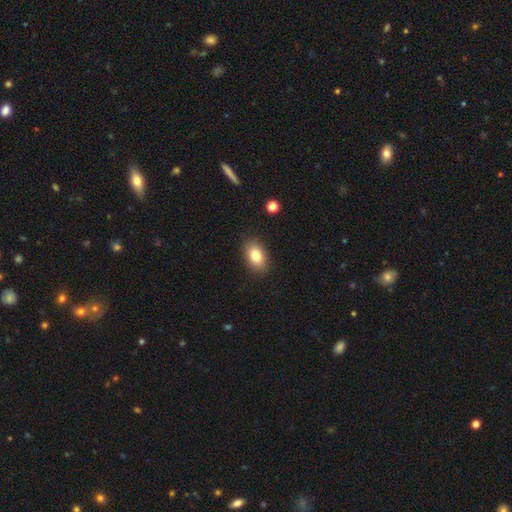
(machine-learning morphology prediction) Overall: smooth (81%). How rounded: in between (86%). Merging: none (85%).